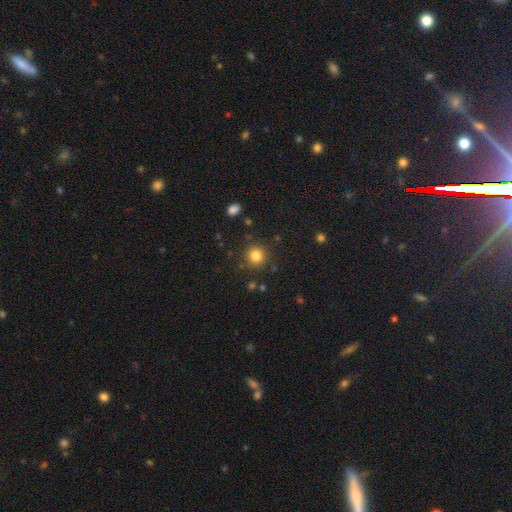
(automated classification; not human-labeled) smooth_or_featured: smooth (p=0.82) [alt: star or artifact p=0.12]
how_rounded: round (p=0.93) [alt: in between p=0.06]
merging: none (p=0.88) [alt: minor disturbance p=0.07]